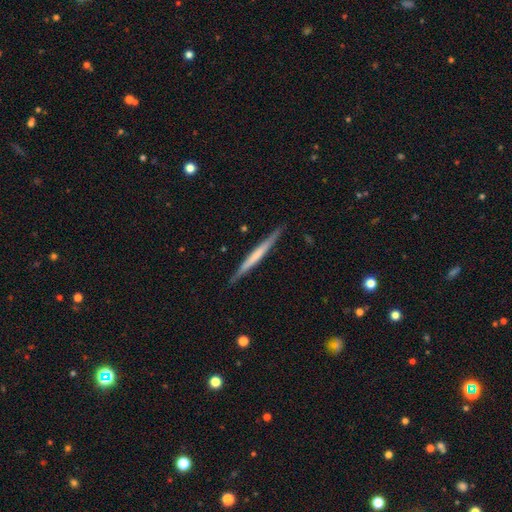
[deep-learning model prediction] Overall: featured or disk (53%; smooth 42%). Edge-on disk: yes (97%). Edge-on bulge: none (78%). Merging: none (89%).